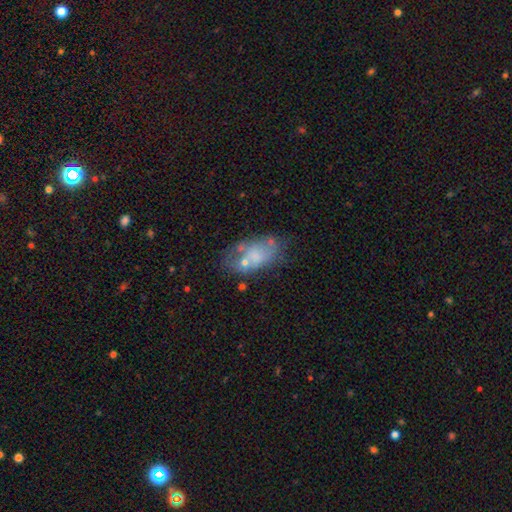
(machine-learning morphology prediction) A smooth galaxy with no disk features (52%) that is in between round and cigar-shaped (90%). Merging: none (38%).